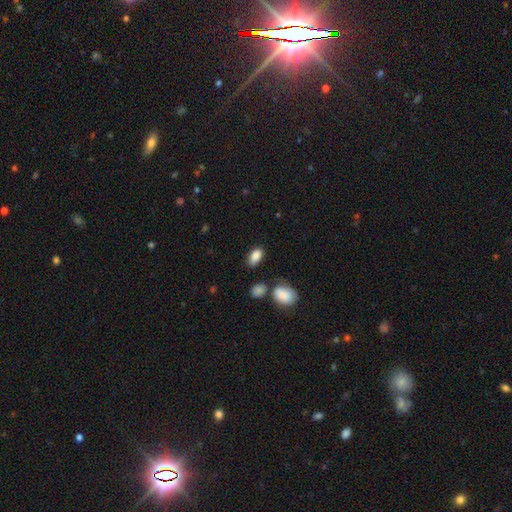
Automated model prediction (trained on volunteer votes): Smooth or featured? smooth (87%)
How rounded? in between (91%)
Merging? none (74%)